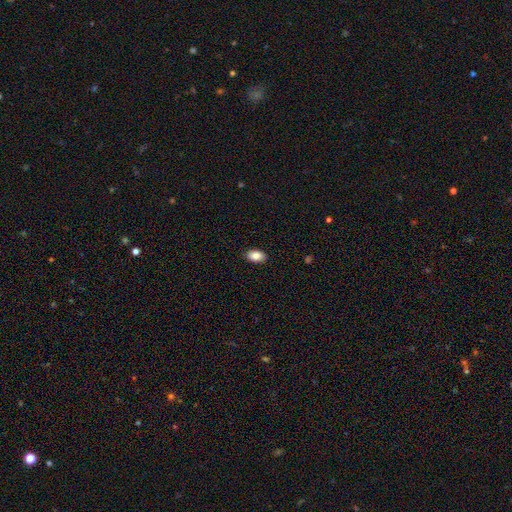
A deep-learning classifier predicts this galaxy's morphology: smooth 87%, star or artifact 7%, featured or disk 5%. Down the decision tree: how rounded — in between (91%); merging — none (90%).